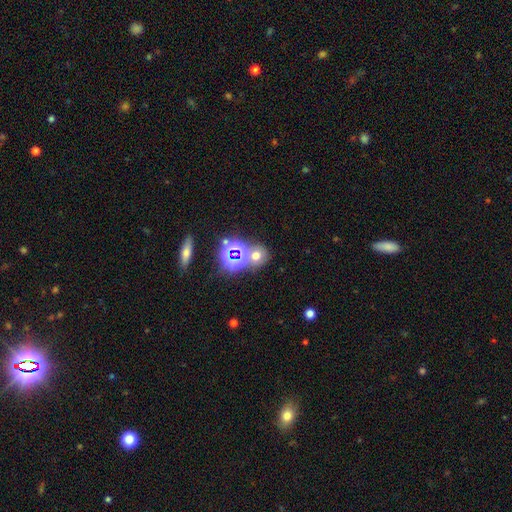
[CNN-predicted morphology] Overall: smooth (52%; star or artifact 37%). How rounded: round (74%). Merging: none (63%).